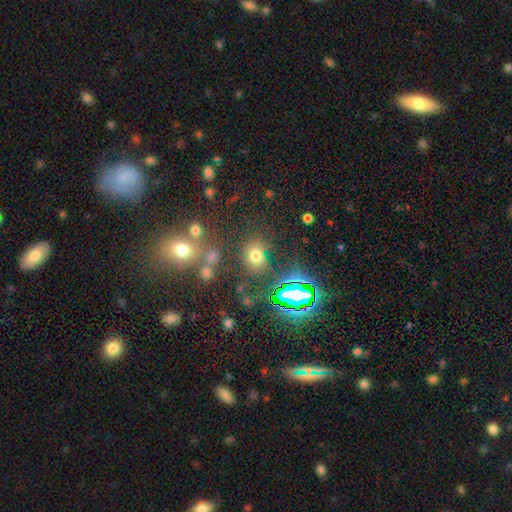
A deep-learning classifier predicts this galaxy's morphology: Overall: smooth (62%; star or artifact 29%). How rounded: round (57%; in between 42%). Merging: none (72%).